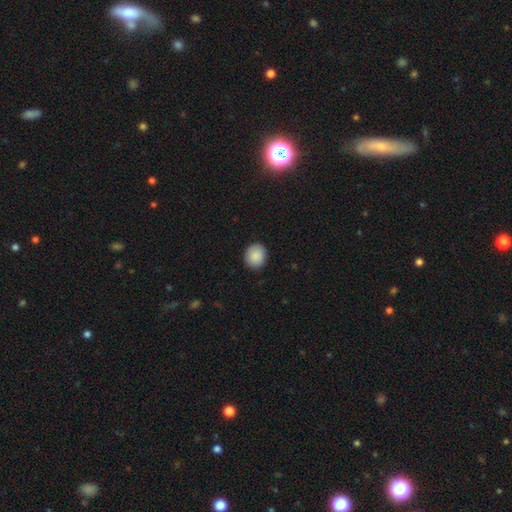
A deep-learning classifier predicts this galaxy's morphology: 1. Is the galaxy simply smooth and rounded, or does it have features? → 89% smooth, 7% star or artifact, 4% featured or disk.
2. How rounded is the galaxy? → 77% round, 22% in between, 1% cigar-shaped.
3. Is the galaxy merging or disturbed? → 89% none, 9% minor disturbance, 2% major disturbance, 1% merger.